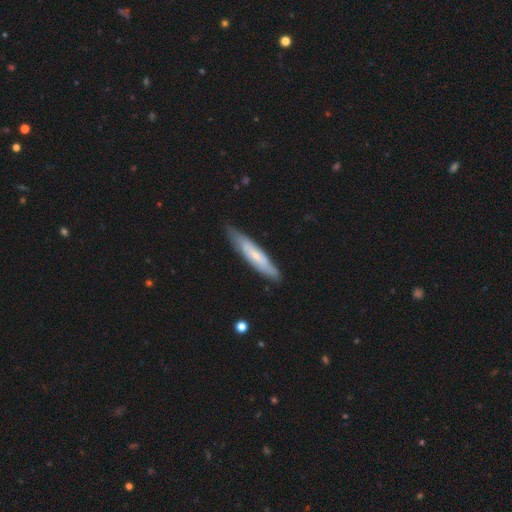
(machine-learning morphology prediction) smooth 49%, featured or disk 45%, star or artifact 6%. Down the decision tree: merging — none (81%).